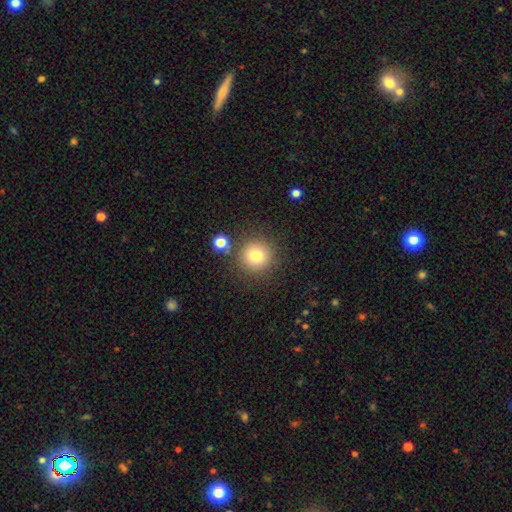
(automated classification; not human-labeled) A smooth galaxy with no disk features (78%) that is round (94%).

Vote fractions:
- Smooth or featured? smooth: 78% / star or artifact: 13% / featured or disk: 9%
- How rounded? round: 94% / in between: 5% / cigar-shaped: 1%
- Merging? none: 83% / minor disturbance: 8% / merger: 6% / major disturbance: 3%